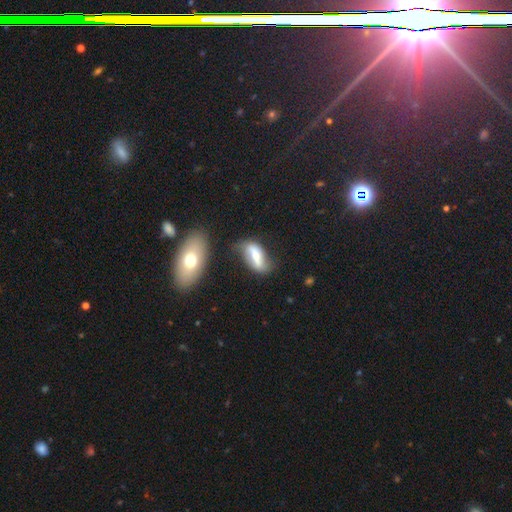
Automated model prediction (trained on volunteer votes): featured or disk 51%, smooth 41%, star or artifact 7%. Down the decision tree: edge-on disk — no (84%); merging — none (56%).